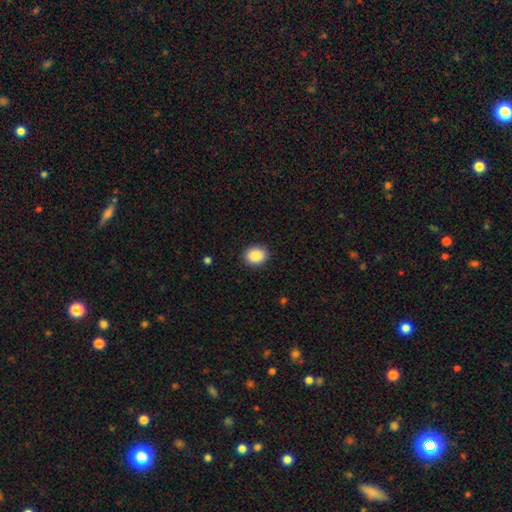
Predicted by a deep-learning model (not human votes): This is clearly a smooth galaxy (89%). How rounded: possibly in between (52%). Merging: clearly none (90%).